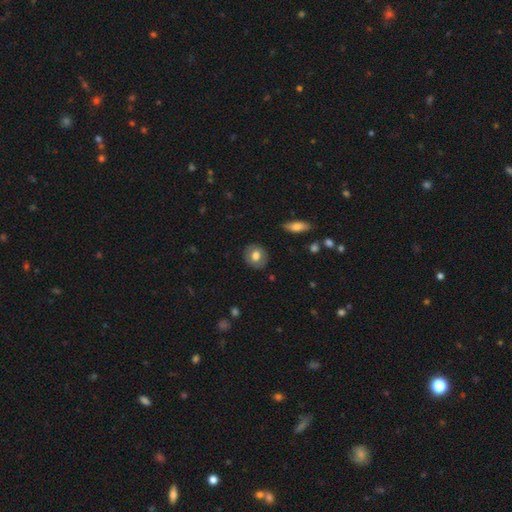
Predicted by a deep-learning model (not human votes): Smooth or featured? Predicted: smooth (p=0.68). How rounded? Predicted: round (p=0.74). Merging? Predicted: none (p=0.87).